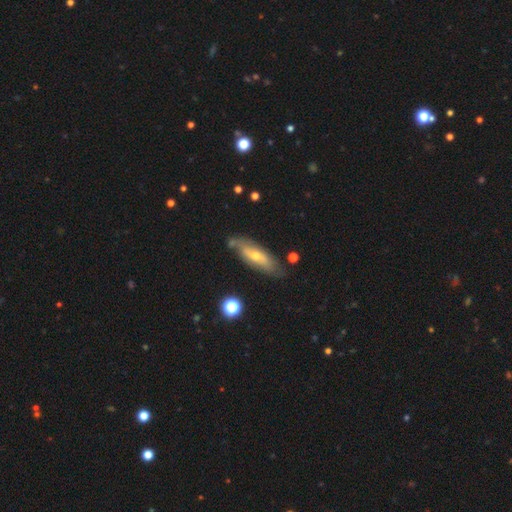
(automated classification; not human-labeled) This is possibly a featured or disk galaxy (57%). It is likely not viewed edge-on (67%). Merging: likely none (71%).